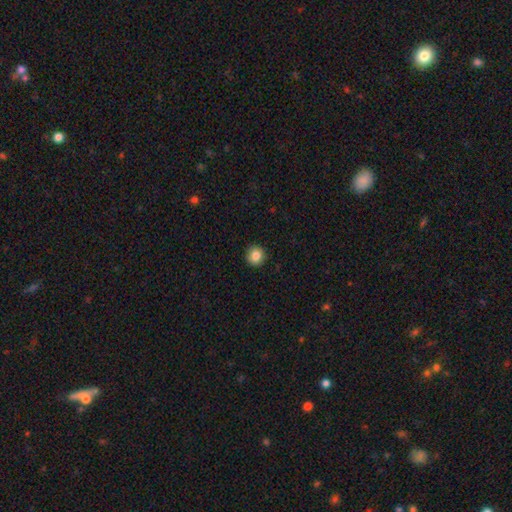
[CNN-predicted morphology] Smooth or featured: smooth — 85% (star or artifact — 10%)
How rounded: round — 93% (in between — 6%)
Merging: none — 92% (minor disturbance — 5%)